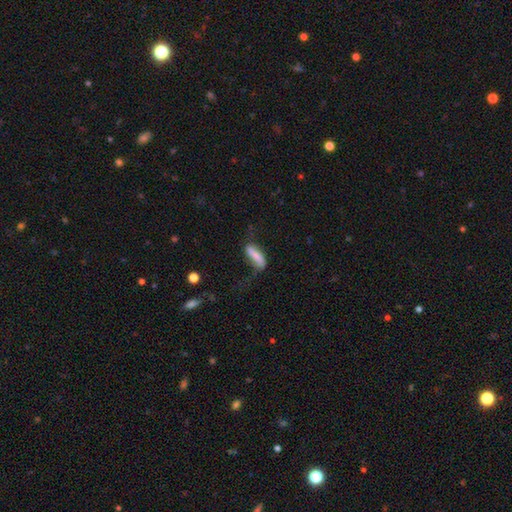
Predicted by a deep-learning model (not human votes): smooth-or-featured: smooth: 59% | featured or disk: 33% | star or artifact: 7%
  how-rounded: cigar-shaped: 54% | in between: 44% | round: 3%
  merging: none: 40% | minor disturbance: 28% | major disturbance: 27% | merger: 5%